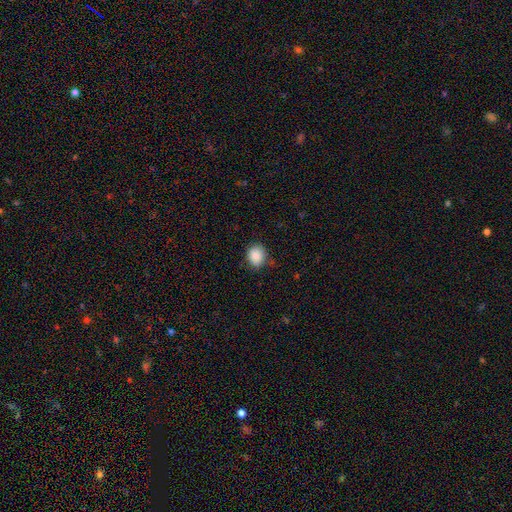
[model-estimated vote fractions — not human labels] Smooth or featured?
  - smooth: 87% *
  - star or artifact: 8%
  - featured or disk: 4%
How rounded?
  - round: 55% *
  - in between: 44%
  - cigar-shaped: 1%
Merging?
  - none: 76% *
  - minor disturbance: 19%
  - major disturbance: 3%
  - merger: 1%